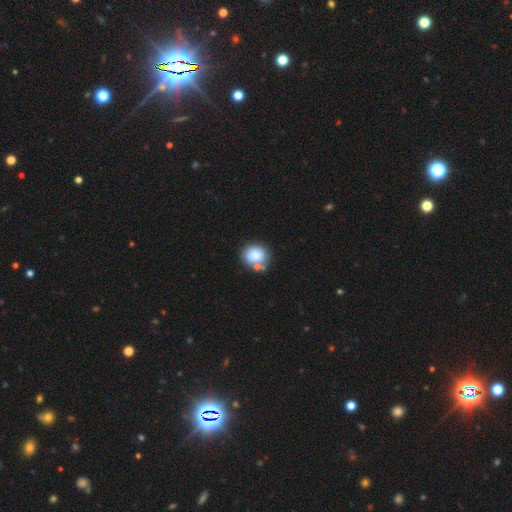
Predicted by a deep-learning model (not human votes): Morphology: type=smooth (83%); roundness=round (74%); merging=none (62%).